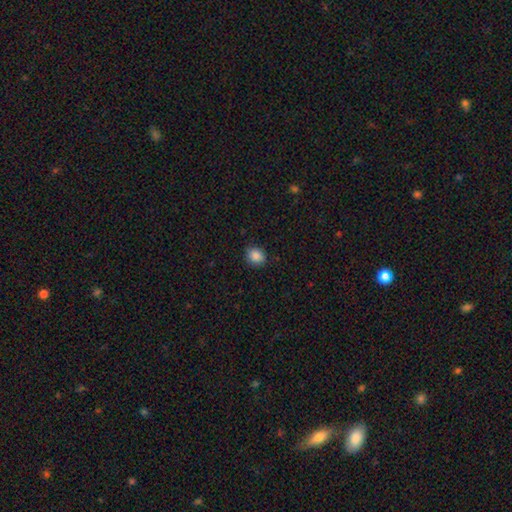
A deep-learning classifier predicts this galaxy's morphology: type=smooth (87%); roundness=round (68%); merging=none (86%).